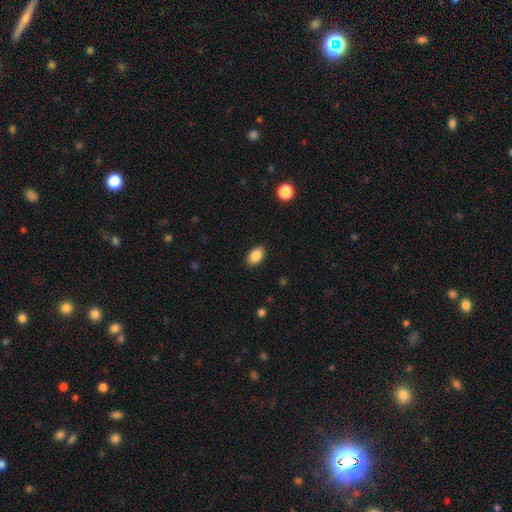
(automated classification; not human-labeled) smooth_or_featured: smooth (p=0.87) [alt: star or artifact p=0.08]
how_rounded: in between (p=0.91) [alt: round p=0.07]
merging: none (p=0.89) [alt: minor disturbance p=0.08]